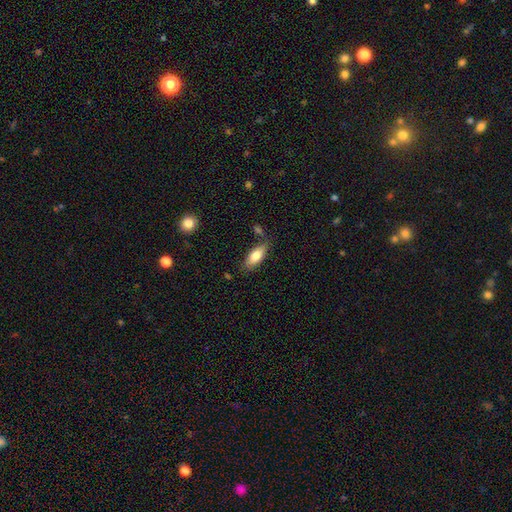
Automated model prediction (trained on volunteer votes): Smooth or featured? Predicted: smooth (p=0.79). How rounded? Predicted: in between (p=0.78). Merging? Predicted: none (p=0.74).